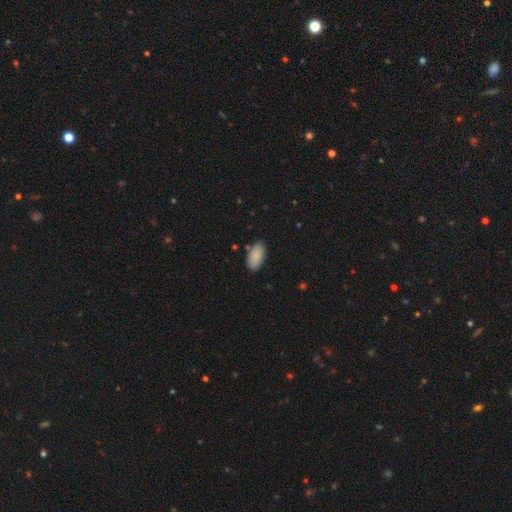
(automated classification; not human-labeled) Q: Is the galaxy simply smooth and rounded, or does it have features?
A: smooth — 87%.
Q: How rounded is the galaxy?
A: in between — 94%.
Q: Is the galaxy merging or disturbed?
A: none — 83%.